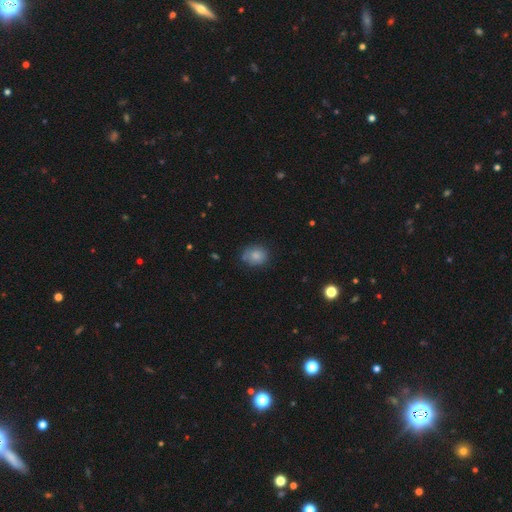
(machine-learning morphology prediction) Smooth or featured? smooth (81%)
How rounded? round (62%)
Merging? none (69%)